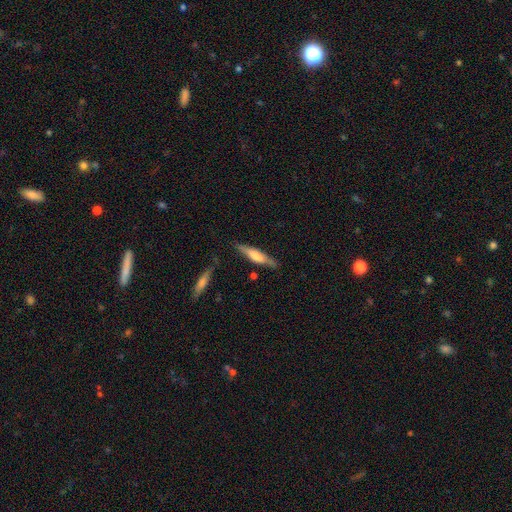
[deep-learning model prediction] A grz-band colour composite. It shows a smooth galaxy with no disk features (49%). Merging: none (80%).